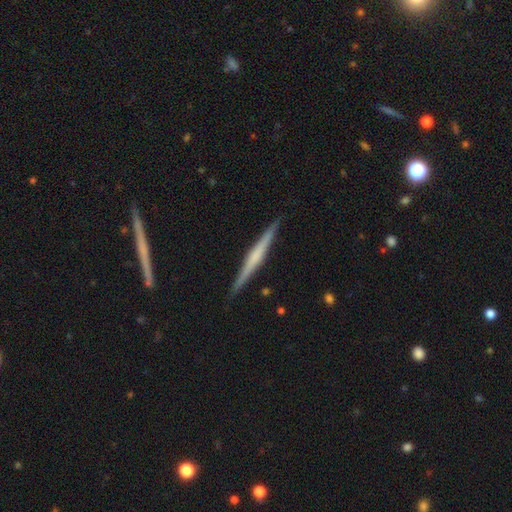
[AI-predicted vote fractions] The model was most divided on "edge-on bulge": none: 48%, rounded: 35%, boxy: 17%. More confident: edge-on disk — yes (98%); merging — none (91%); smooth or featured — featured or disk (64%).